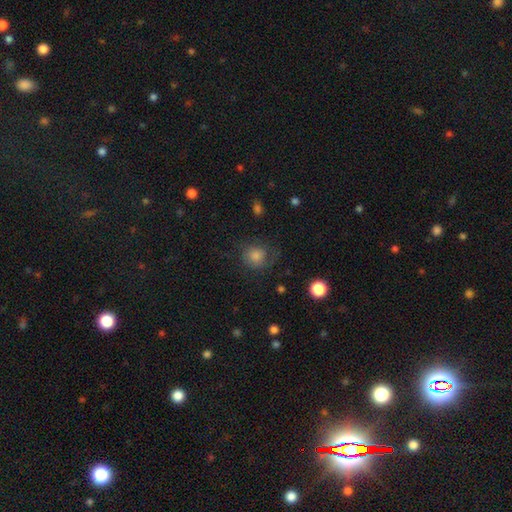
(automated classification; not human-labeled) Overall: smooth (64%). How rounded: round (86%). Merging: none (67%).